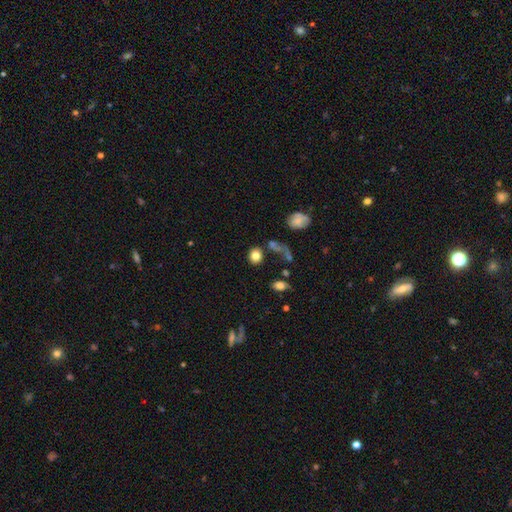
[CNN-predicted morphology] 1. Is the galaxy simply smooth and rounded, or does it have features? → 81% smooth, 11% star or artifact, 8% featured or disk.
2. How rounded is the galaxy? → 72% round, 26% in between, 1% cigar-shaped.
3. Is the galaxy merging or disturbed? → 72% none, 12% minor disturbance, 10% merger, 7% major disturbance.